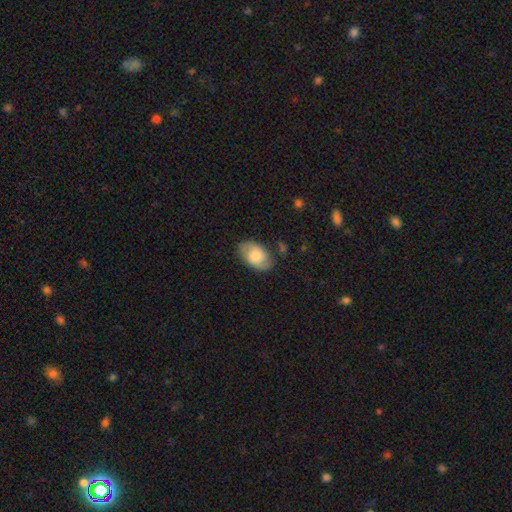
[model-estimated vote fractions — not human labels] smooth-or-featured: smooth: 52% | featured or disk: 41% | star or artifact: 7%
  how-rounded: in between: 90% | round: 8% | cigar-shaped: 1%
  merging: none: 76% | minor disturbance: 17% | major disturbance: 5% | merger: 2%